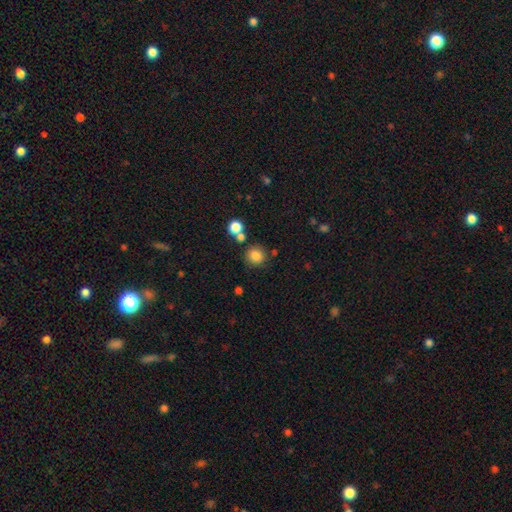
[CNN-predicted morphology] Overall: smooth (82%). How rounded: round (90%). Merging: none (77%).